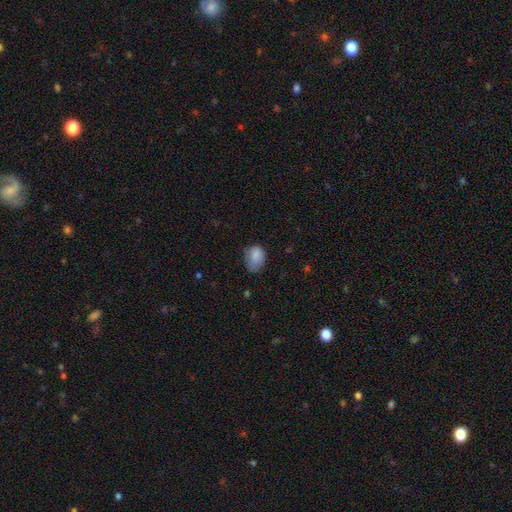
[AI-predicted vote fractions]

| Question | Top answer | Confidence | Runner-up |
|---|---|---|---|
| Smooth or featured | smooth | 84% | star or artifact (9%) |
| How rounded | in between | 73% | round (26%) |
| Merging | none | 46% | minor disturbance (38%) |